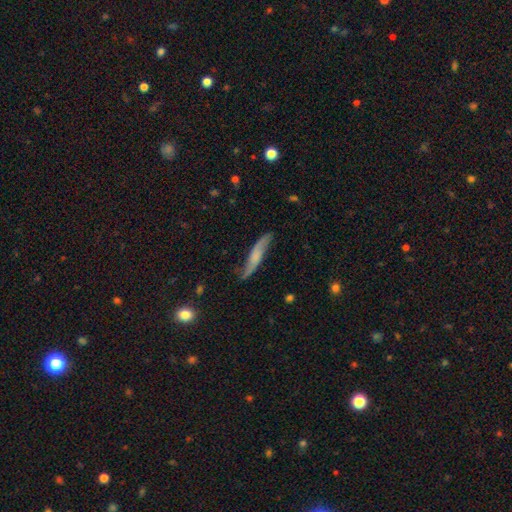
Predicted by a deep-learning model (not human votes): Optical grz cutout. It shows a featured or disk galaxy (59%). Merging: none (71%).